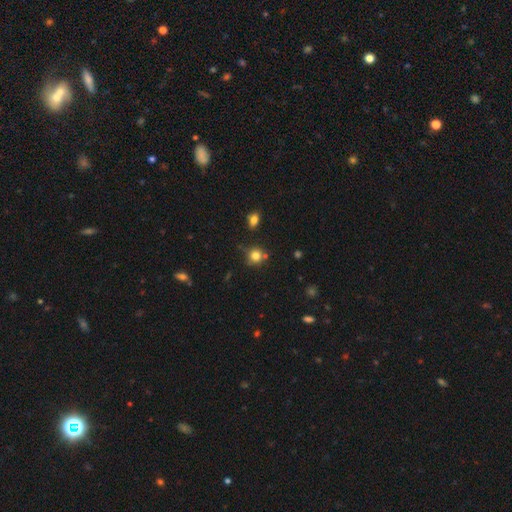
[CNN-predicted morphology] Smooth or featured: smooth — 78% (star or artifact — 14%)
How rounded: round — 88% (in between — 11%)
Merging: none — 71% (minor disturbance — 14%)